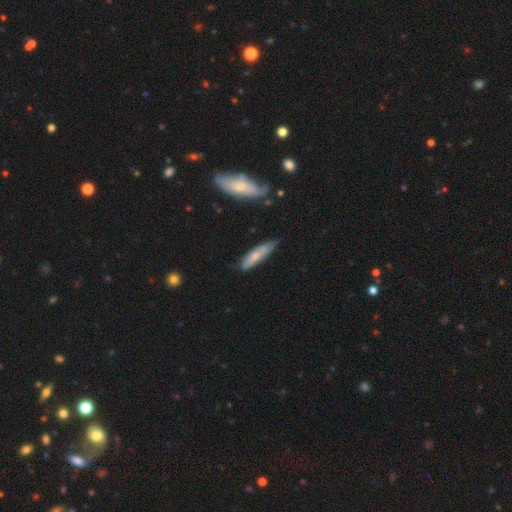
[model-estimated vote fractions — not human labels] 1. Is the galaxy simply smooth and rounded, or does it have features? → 62% smooth, 32% featured or disk, 6% star or artifact.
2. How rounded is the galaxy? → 71% cigar-shaped, 27% in between, 2% round.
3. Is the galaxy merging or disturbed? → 63% none, 26% minor disturbance, 6% major disturbance, 5% merger.